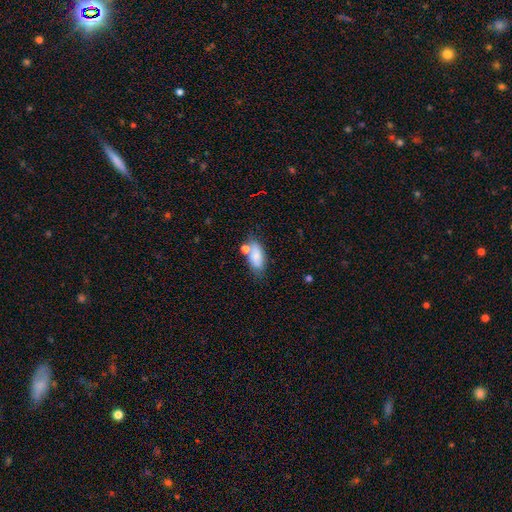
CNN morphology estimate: The model was most divided on "merging": none: 56%, minor disturbance: 20%, merger: 17%, major disturbance: 6%. More confident: how rounded — in between (88%); smooth or featured — smooth (80%).